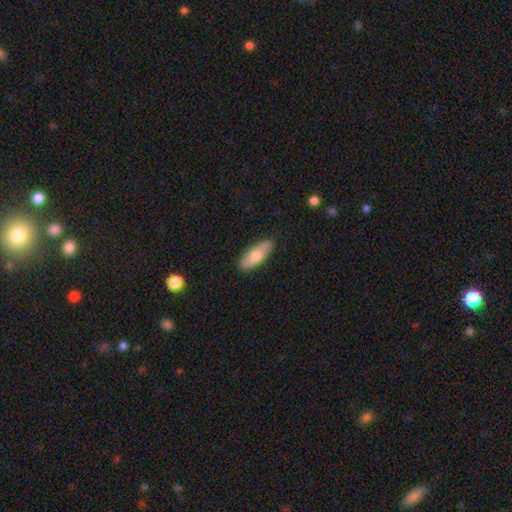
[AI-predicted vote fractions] Smooth or featured? Predicted: smooth (p=0.65). How rounded? Predicted: in between (p=0.76). Merging? Predicted: none (p=0.86).